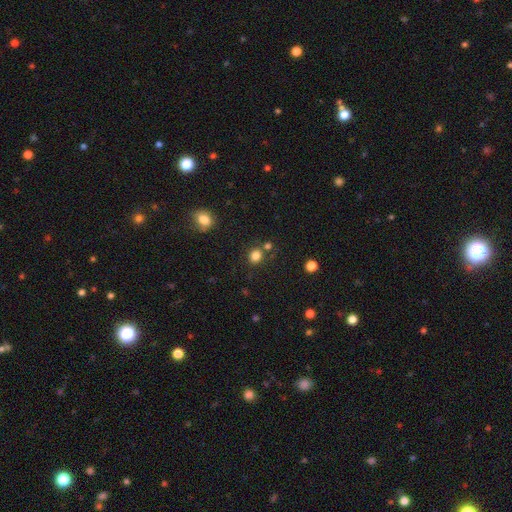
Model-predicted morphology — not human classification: This appears to be a smooth galaxy with no disk features (82%) that is round (70%). Merging: none (74%).